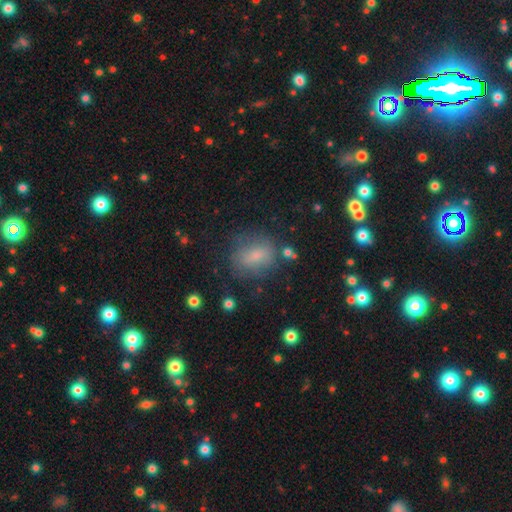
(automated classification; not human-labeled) Smooth or featured?
  - smooth: 71% *
  - featured or disk: 16%
  - star or artifact: 13%
How rounded?
  - in between: 57% *
  - round: 40%
  - cigar-shaped: 3%
Merging?
  - none: 68% *
  - minor disturbance: 19%
  - major disturbance: 9%
  - merger: 3%